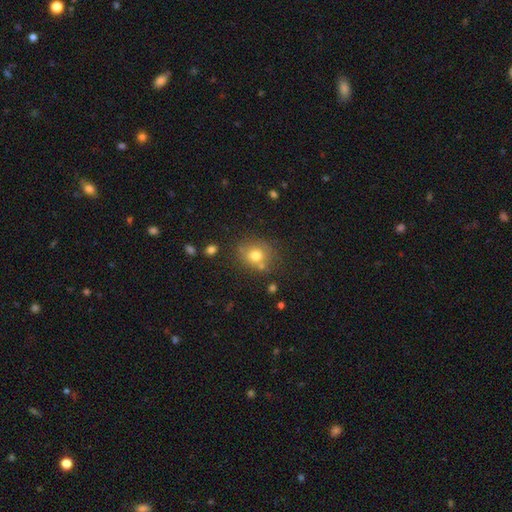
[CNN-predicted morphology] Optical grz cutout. It shows a smooth galaxy with no disk features (75%) that is round (76%). Merging: none (71%).